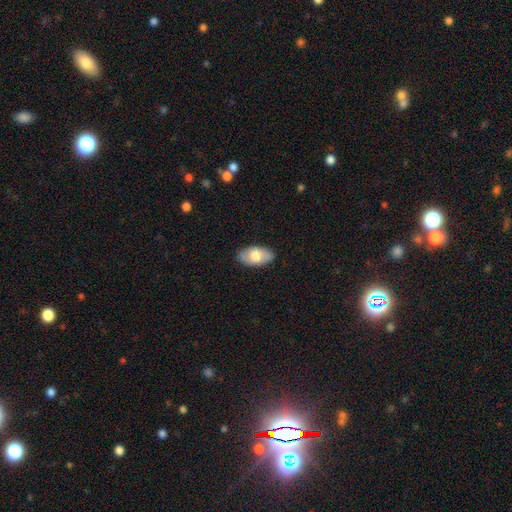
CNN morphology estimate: smooth 65%, featured or disk 29%, star or artifact 6%. Down the decision tree: how rounded — in between (95%); merging — none (85%).